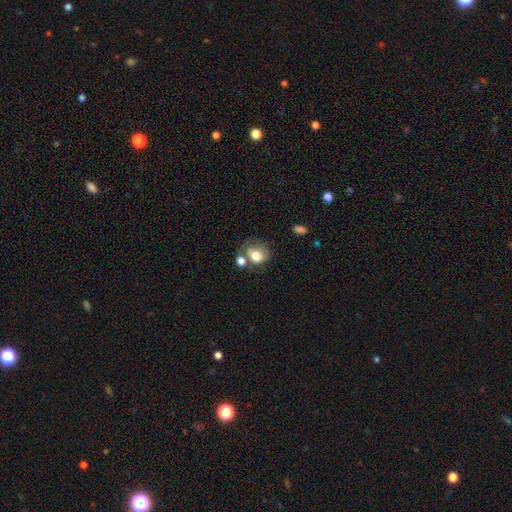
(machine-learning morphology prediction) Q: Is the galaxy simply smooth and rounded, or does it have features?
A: smooth — 73%.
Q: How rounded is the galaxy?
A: round — 55%.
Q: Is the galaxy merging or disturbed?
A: none — 37%.